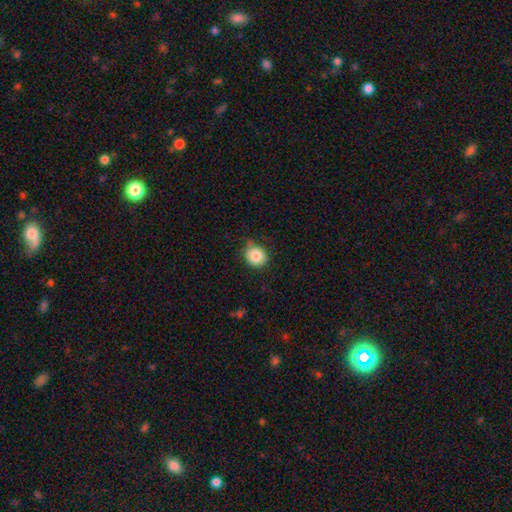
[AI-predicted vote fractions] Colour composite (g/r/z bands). It shows a smooth galaxy with no disk features (83%) that is round (79%). Merging: none (65%).